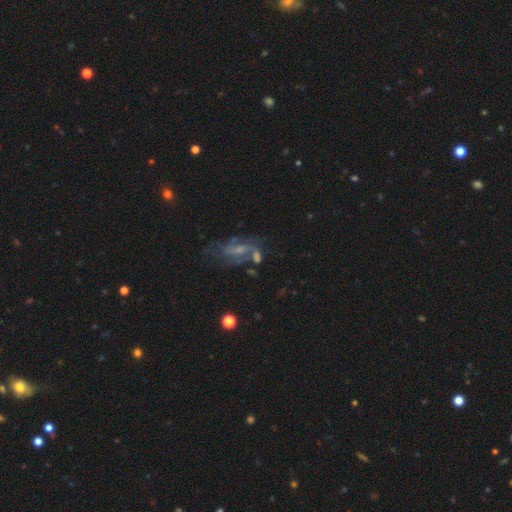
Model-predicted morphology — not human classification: featured or disk 66%, smooth 19%, star or artifact 15%. Down the decision tree: edge-on disk — no (90%); bar — weak (43%); spiral arms — yes (77%); bulge size — small (54%); merging — none (45%).